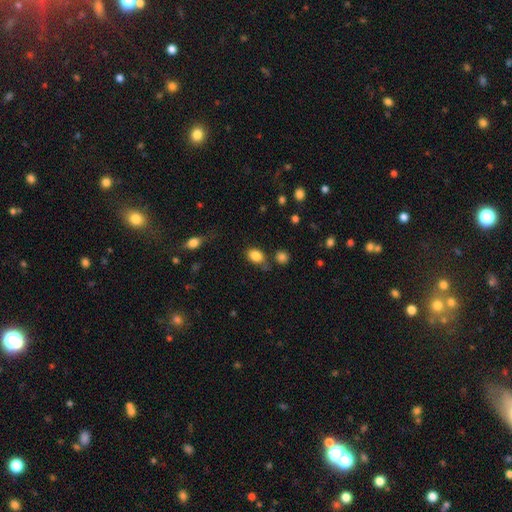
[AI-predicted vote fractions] smooth-or-featured: smooth: 84% | star or artifact: 9% | featured or disk: 6%
  how-rounded: in between: 72% | round: 26% | cigar-shaped: 1%
  merging: none: 65% | minor disturbance: 19% | merger: 10% | major disturbance: 6%